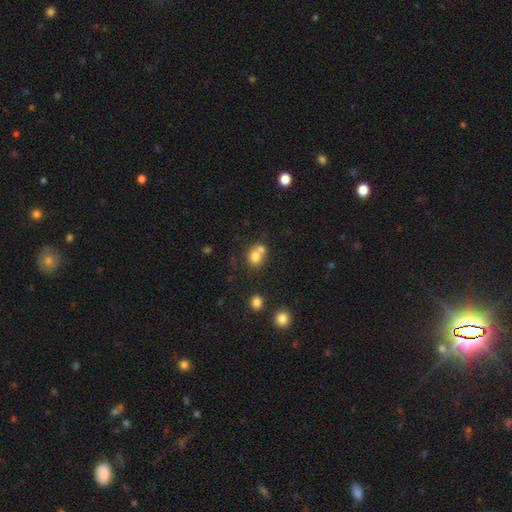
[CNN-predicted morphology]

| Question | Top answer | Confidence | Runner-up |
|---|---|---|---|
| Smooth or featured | smooth | 76% | featured or disk (13%) |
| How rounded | round | 69% | in between (30%) |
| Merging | merger | 52% | none (36%) |